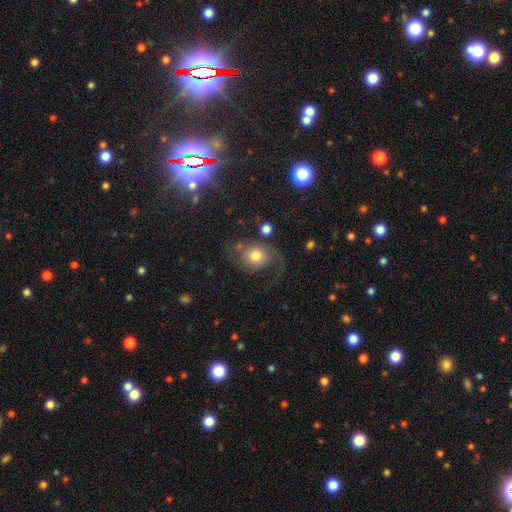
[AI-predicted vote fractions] smooth_or_featured: featured or disk (p=0.55) [alt: smooth p=0.36]
disk_edge_on: no (p=0.97) [alt: yes p=0.03]
bar: no (p=0.76) [alt: weak p=0.20]
has_spiral_arms: yes (p=0.87) [alt: no p=0.13]
bulge_size: moderate (p=0.58) [alt: large p=0.23]
merging: none (p=0.45) [alt: major disturbance p=0.31]